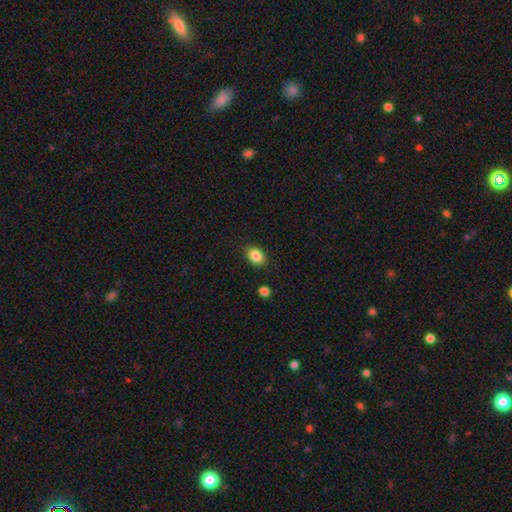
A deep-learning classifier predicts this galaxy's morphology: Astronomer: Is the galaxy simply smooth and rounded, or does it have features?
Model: smooth — 85%.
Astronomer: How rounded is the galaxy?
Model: in between — 71%.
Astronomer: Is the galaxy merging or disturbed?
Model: none — 84%.